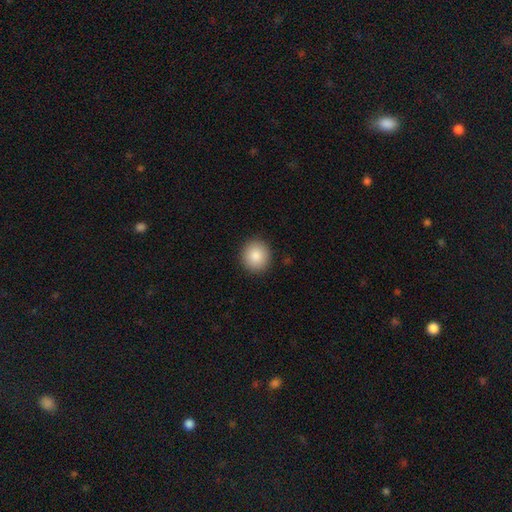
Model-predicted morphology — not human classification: This is clearly a smooth galaxy (87%). How rounded: clearly round (89%). Merging: clearly none (92%).